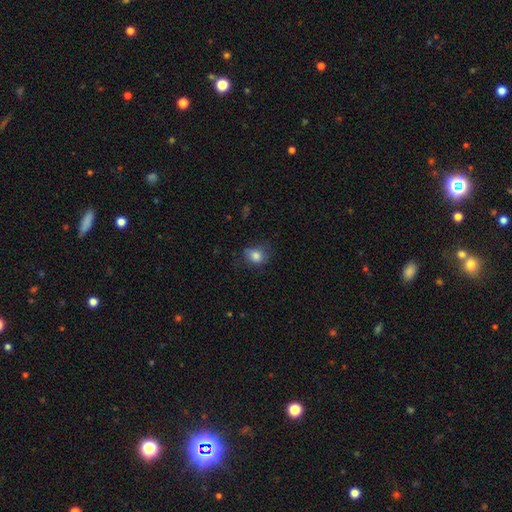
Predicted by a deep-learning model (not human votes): Morphology: type=smooth (81%); roundness=round (52%); merging=none (61%).